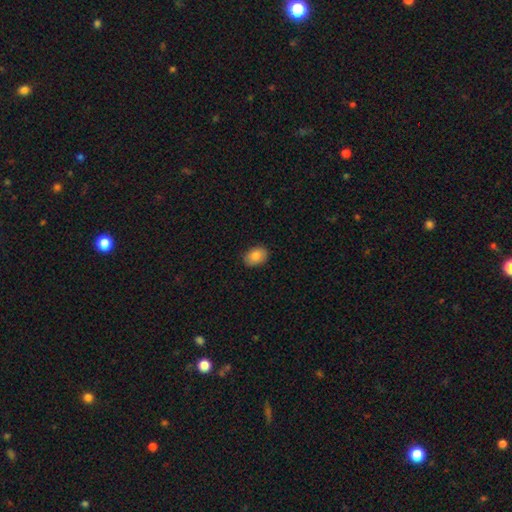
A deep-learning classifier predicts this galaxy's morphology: The model was most divided on "how rounded": in between: 76%, round: 23%, cigar-shaped: 1%. More confident: merging — none (87%); smooth or featured — smooth (85%).